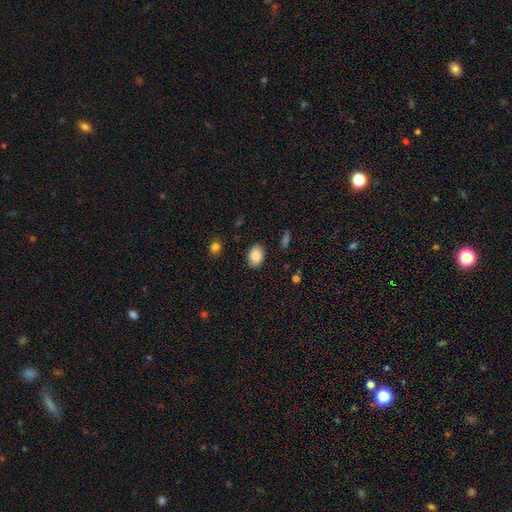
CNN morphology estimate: This appears to be a smooth galaxy with no disk features (86%) that is in between round and cigar-shaped (80%). Merging: none (87%).